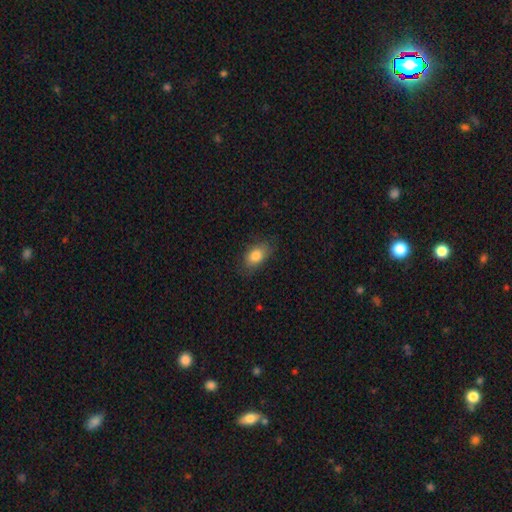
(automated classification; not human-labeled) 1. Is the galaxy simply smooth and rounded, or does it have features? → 83% smooth, 9% featured or disk, 8% star or artifact.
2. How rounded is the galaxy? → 86% in between, 11% round, 3% cigar-shaped.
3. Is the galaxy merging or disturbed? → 79% none, 16% minor disturbance, 4% major disturbance, 1% merger.